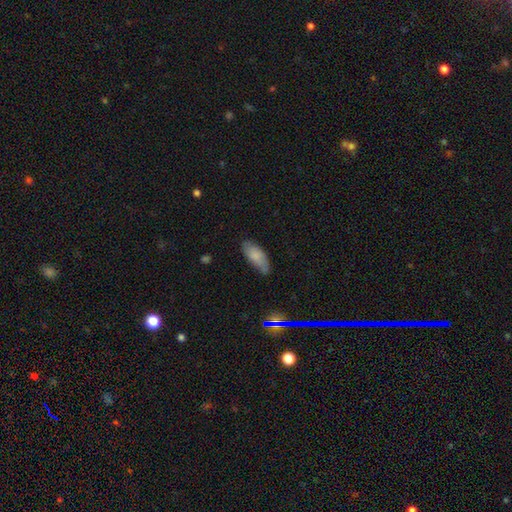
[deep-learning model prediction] Smooth or featured? smooth (75%)
How rounded? in between (82%)
Merging? none (66%)